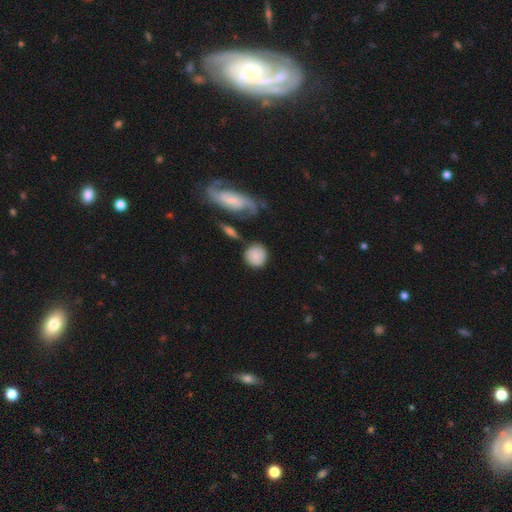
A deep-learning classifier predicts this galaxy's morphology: This is likely a smooth galaxy (73%). How rounded: clearly round (83%). Merging: likely none (69%).